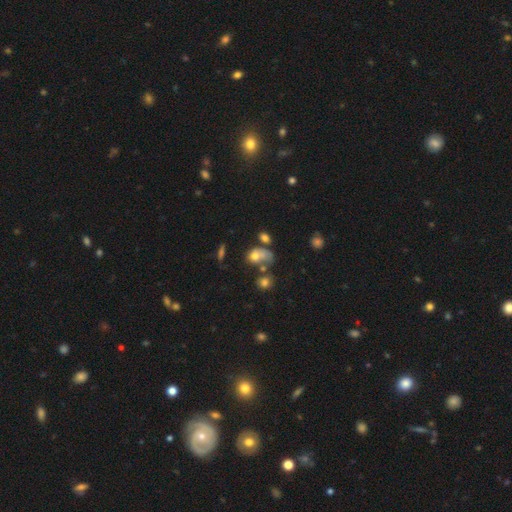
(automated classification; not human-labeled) Smooth or featured?
  - smooth: 64% *
  - featured or disk: 21%
  - star or artifact: 15%
How rounded?
  - in between: 65% *
  - round: 33%
  - cigar-shaped: 2%
Merging?
  - merger: 29% *
  - none: 28%
  - major disturbance: 23%
  - minor disturbance: 20%